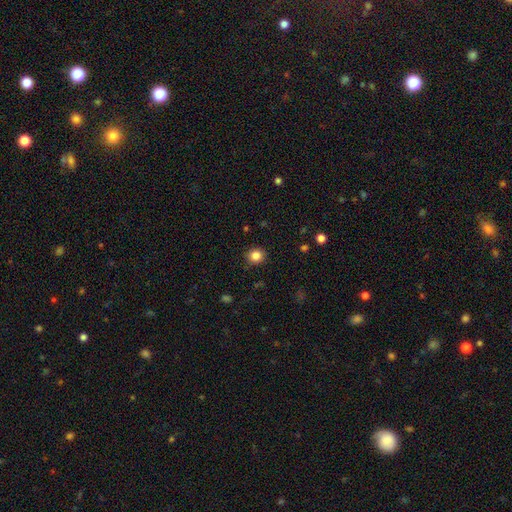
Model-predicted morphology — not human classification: Smooth or featured?
  - smooth: 84% *
  - star or artifact: 11%
  - featured or disk: 4%
How rounded?
  - round: 87% *
  - in between: 12%
  - cigar-shaped: 1%
Merging?
  - none: 90% *
  - minor disturbance: 7%
  - major disturbance: 2%
  - merger: 1%